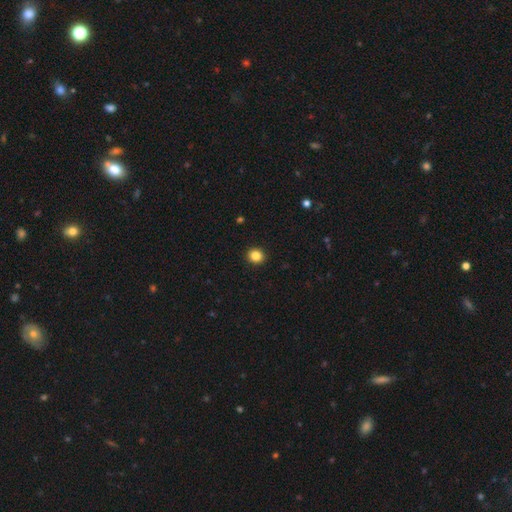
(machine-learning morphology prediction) type=smooth (85%); roundness=round (85%); merging=none (93%).